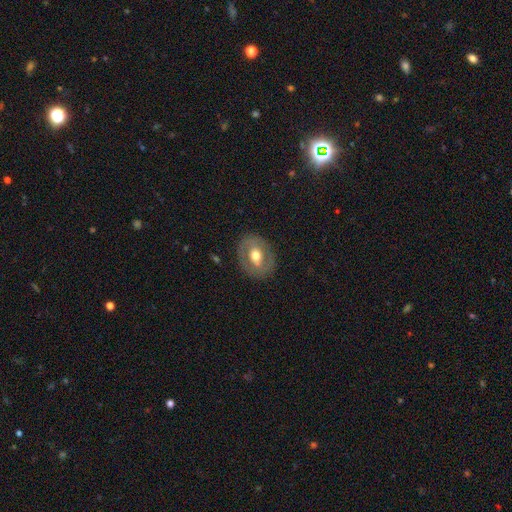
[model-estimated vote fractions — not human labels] smooth_or_featured: featured or disk (p=0.53) [alt: smooth p=0.40]
disk_edge_on: no (p=0.93) [alt: yes p=0.07]
merging: none (p=0.83) [alt: minor disturbance p=0.11]